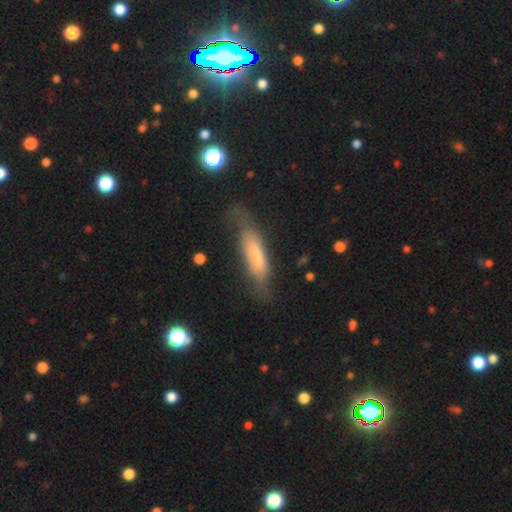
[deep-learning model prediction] Overall: smooth (62%; featured or disk 31%). How rounded: cigar-shaped (63%; in between 36%). Merging: none (53%; minor disturbance 27%).